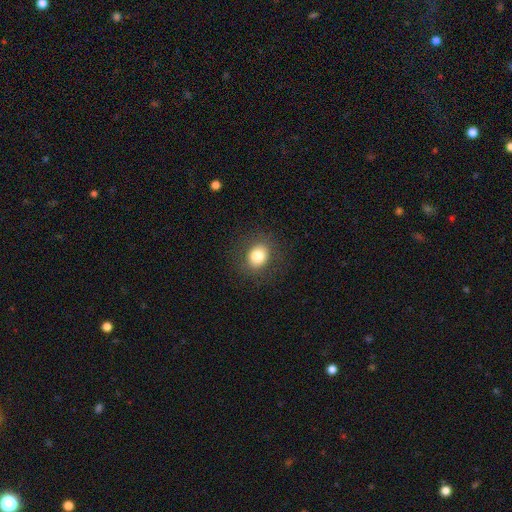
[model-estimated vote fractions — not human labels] Q: Smooth or featured?
A: smooth (80%); runner-up: star or artifact (11%)
Q: How rounded?
A: round (66%); runner-up: in between (34%)
Q: Merging?
A: none (86%); runner-up: minor disturbance (9%)